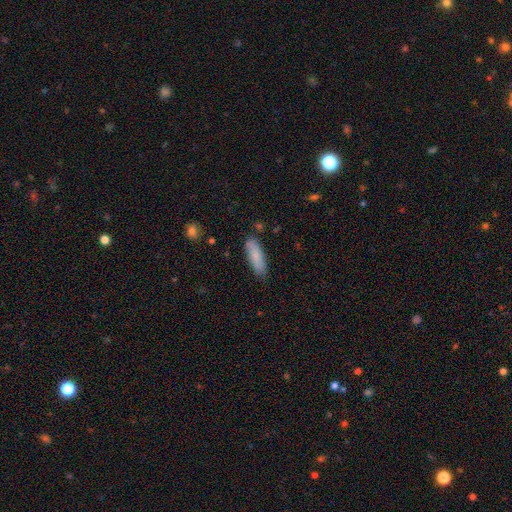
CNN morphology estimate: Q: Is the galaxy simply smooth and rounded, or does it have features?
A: smooth — 84%.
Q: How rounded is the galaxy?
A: in between — 55%.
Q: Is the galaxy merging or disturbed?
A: none — 81%.